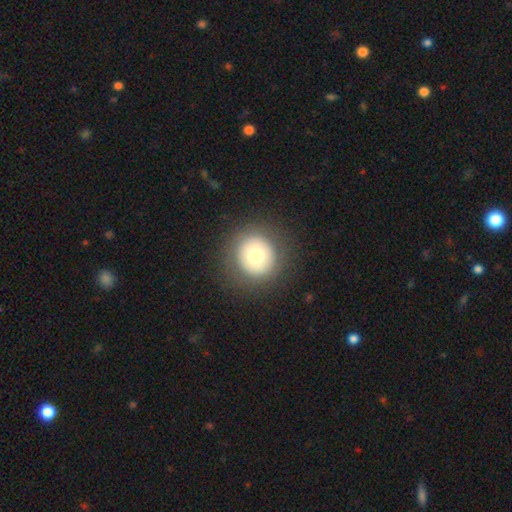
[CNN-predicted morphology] A smooth galaxy with no disk features (69%) that is round (94%).

Vote fractions:
- Smooth or featured? smooth: 69% / featured or disk: 21% / star or artifact: 10%
- How rounded? round: 94% / in between: 5% / cigar-shaped: 1%
- Merging? none: 87% / minor disturbance: 8% / major disturbance: 4% / merger: 1%